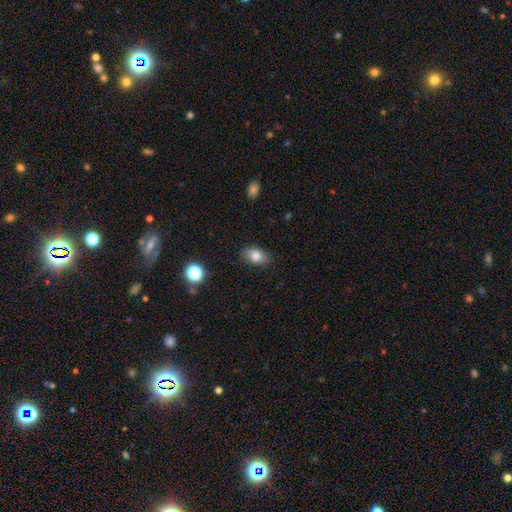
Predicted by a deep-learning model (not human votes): Smooth or featured?
  - smooth: 81% *
  - featured or disk: 10%
  - star or artifact: 9%
How rounded?
  - in between: 87% *
  - round: 11%
  - cigar-shaped: 2%
Merging?
  - none: 85% *
  - minor disturbance: 11%
  - major disturbance: 3%
  - merger: 1%